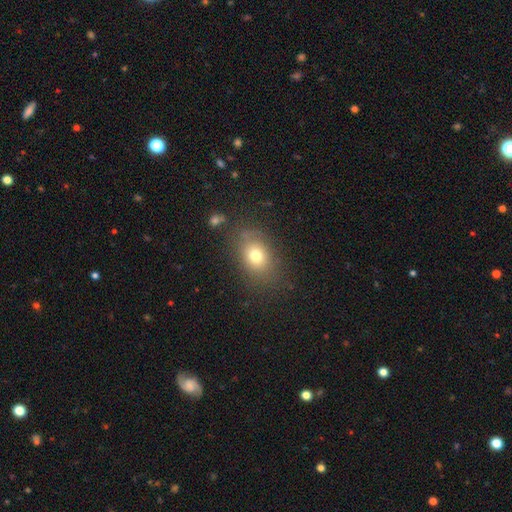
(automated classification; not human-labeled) Smooth or featured? Predicted: smooth (p=0.73). How rounded? Predicted: in between (p=0.70). Merging? Predicted: none (p=0.75).